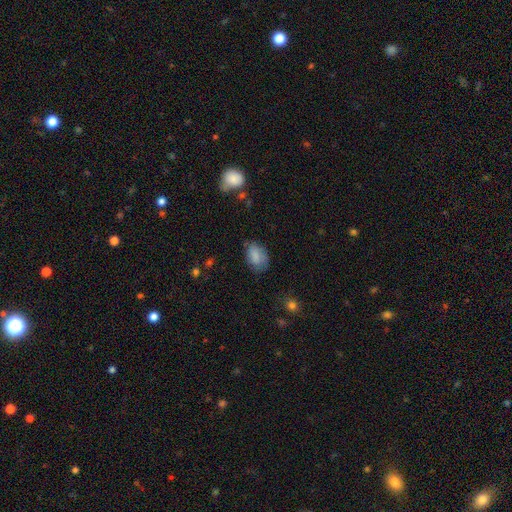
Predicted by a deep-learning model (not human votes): smooth 81%, featured or disk 11%, star or artifact 8%. Down the decision tree: how rounded — in between (86%); merging — none (64%).